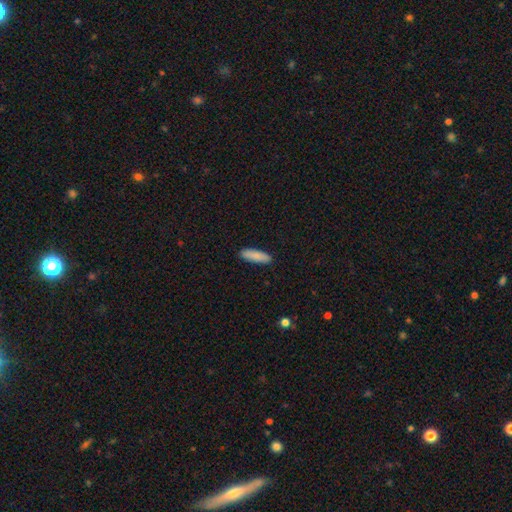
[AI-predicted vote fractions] A smooth galaxy with no disk features (88%) that is cigar-shaped (53%). Merging: none (90%).